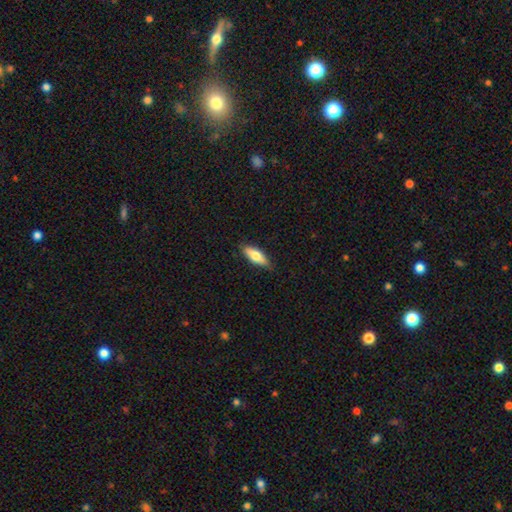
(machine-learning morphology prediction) A smooth galaxy with no disk features (69%) that is in between round and cigar-shaped (65%).

Vote fractions:
- Smooth or featured? smooth: 69% / featured or disk: 25% / star or artifact: 6%
- How rounded? in between: 65% / cigar-shaped: 33% / round: 2%
- Merging? none: 85% / minor disturbance: 12% / major disturbance: 2% / merger: 1%